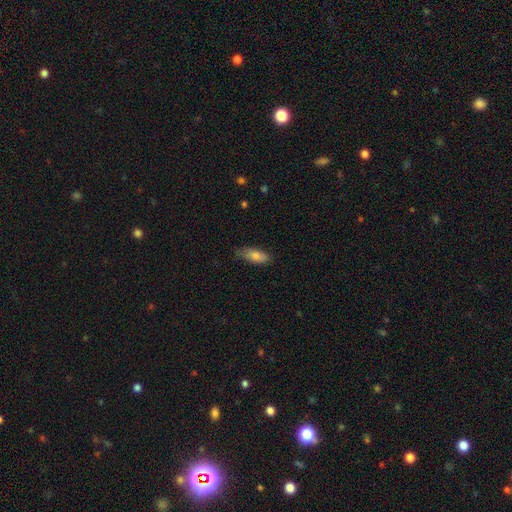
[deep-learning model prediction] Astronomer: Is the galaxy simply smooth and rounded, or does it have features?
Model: smooth — 76%.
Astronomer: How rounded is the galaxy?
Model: in between — 74%.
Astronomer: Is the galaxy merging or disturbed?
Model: none — 73%.